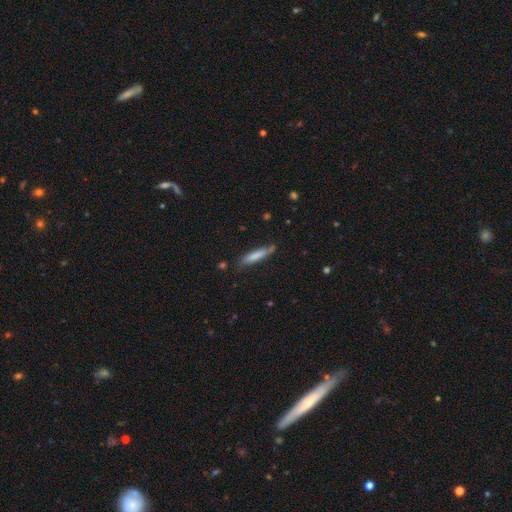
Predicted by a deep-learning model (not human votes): A smooth galaxy with no disk features (75%) that is cigar-shaped (87%).

Vote fractions:
- Smooth or featured? smooth: 75% / featured or disk: 19% / star or artifact: 6%
- How rounded? cigar-shaped: 87% / in between: 12% / round: 1%
- Merging? none: 74% / minor disturbance: 20% / major disturbance: 4% / merger: 3%